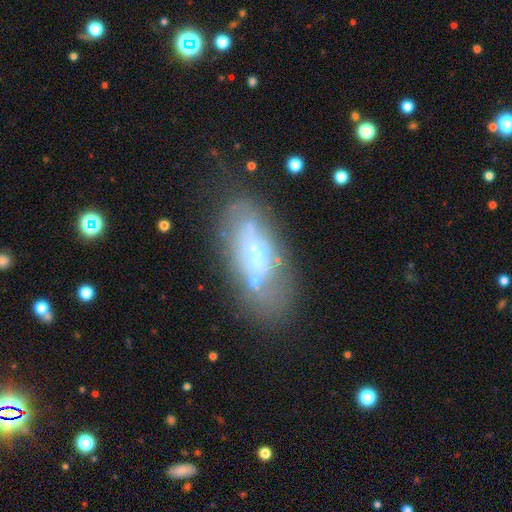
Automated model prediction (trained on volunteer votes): Q: Smooth or featured?
A: featured or disk (51%); runner-up: smooth (38%)
Q: Edge-on disk?
A: no (83%); runner-up: yes (17%)
Q: Merging?
A: none (50%); runner-up: minor disturbance (21%)